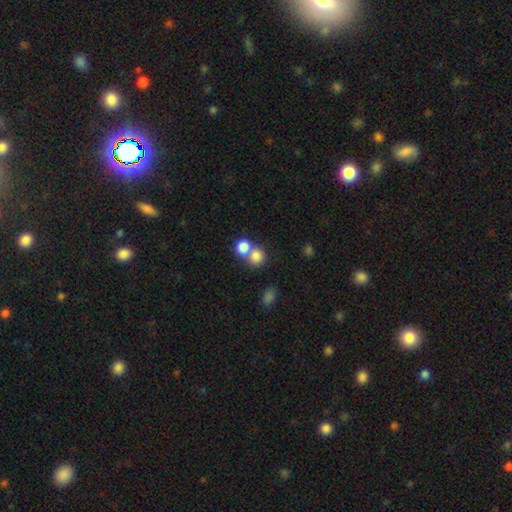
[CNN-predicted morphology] smooth 81%, star or artifact 11%, featured or disk 9%. Down the decision tree: how rounded — round (82%); merging — merger (49%).